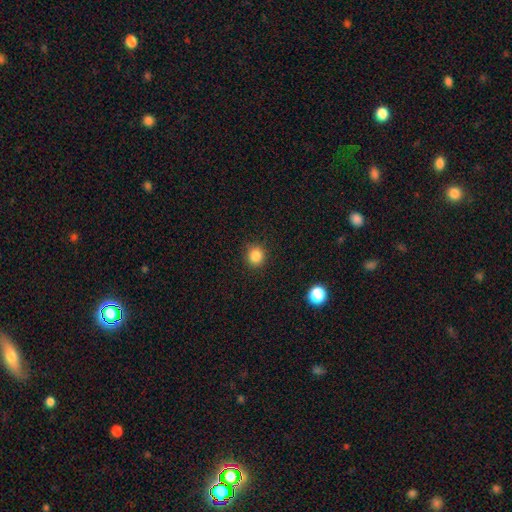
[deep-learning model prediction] This is clearly a smooth galaxy (85%). How rounded: clearly round (90%). Merging: clearly none (90%).